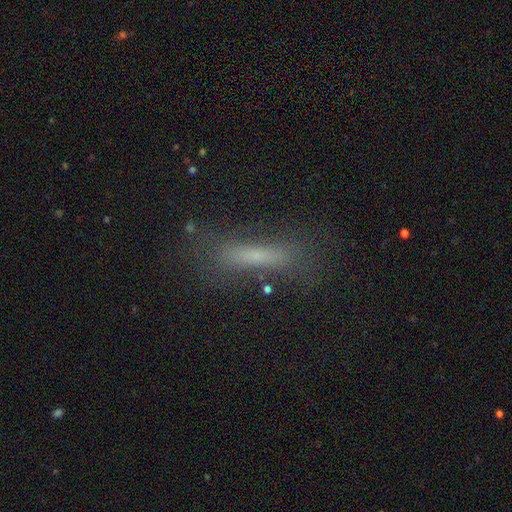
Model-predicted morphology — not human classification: smooth_or_featured: smooth (p=0.57) [alt: featured or disk p=0.27]
how_rounded: cigar-shaped (p=0.83) [alt: in between p=0.15]
merging: none (p=0.76) [alt: minor disturbance p=0.15]